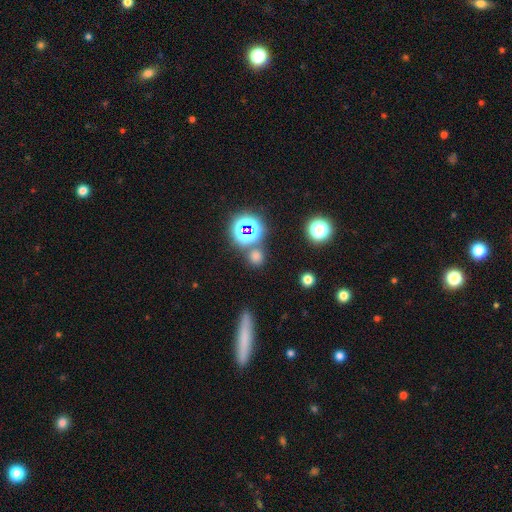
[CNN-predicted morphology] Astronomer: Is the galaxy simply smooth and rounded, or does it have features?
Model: smooth — 62%.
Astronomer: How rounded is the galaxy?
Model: round — 86%.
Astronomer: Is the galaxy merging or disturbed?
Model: none — 76%.